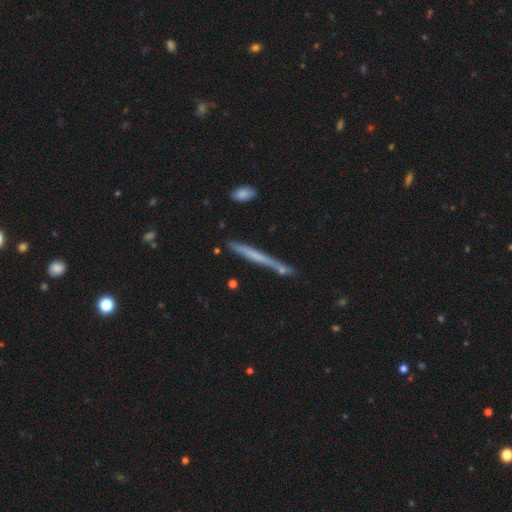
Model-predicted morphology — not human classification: Smooth or featured? smooth (49%)
Merging? none (74%)